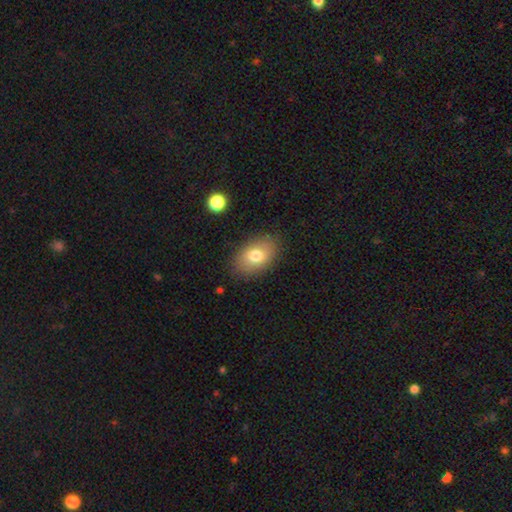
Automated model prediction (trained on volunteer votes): smooth-or-featured: smooth: 75% | featured or disk: 16% | star or artifact: 8%
  how-rounded: in between: 87% | round: 12% | cigar-shaped: 1%
  merging: none: 84% | minor disturbance: 11% | major disturbance: 3% | merger: 1%